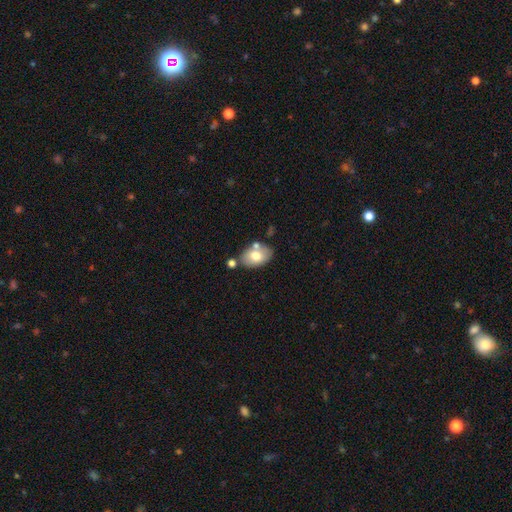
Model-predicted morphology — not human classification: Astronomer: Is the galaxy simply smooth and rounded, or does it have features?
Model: smooth — 71%.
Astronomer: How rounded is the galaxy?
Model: in between — 86%.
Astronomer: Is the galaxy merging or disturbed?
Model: none — 68%.